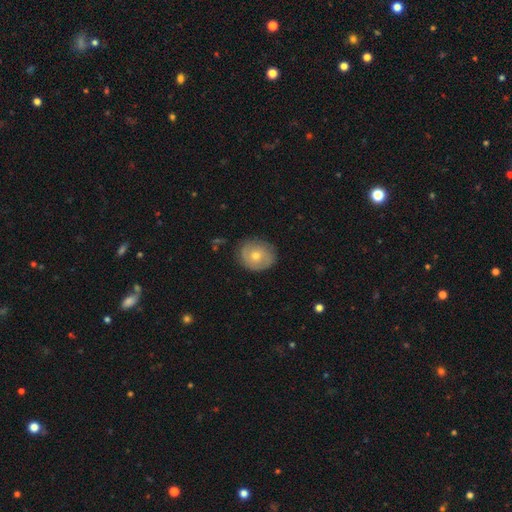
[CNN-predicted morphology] This is possibly a featured or disk galaxy (47%). Merging: clearly none (80%).